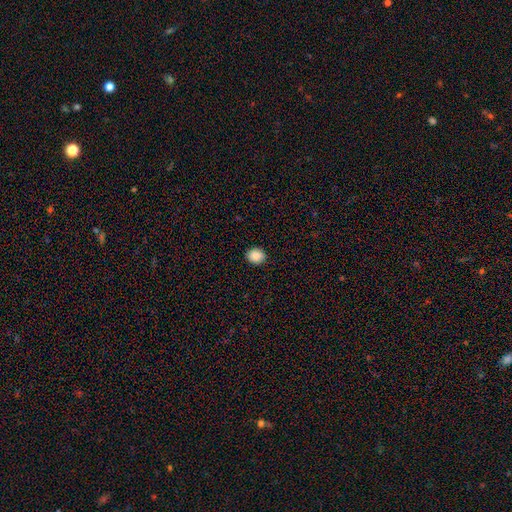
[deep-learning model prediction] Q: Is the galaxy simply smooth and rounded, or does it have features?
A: smooth — 88%.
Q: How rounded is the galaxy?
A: round — 66%.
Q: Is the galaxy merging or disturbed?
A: none — 91%.